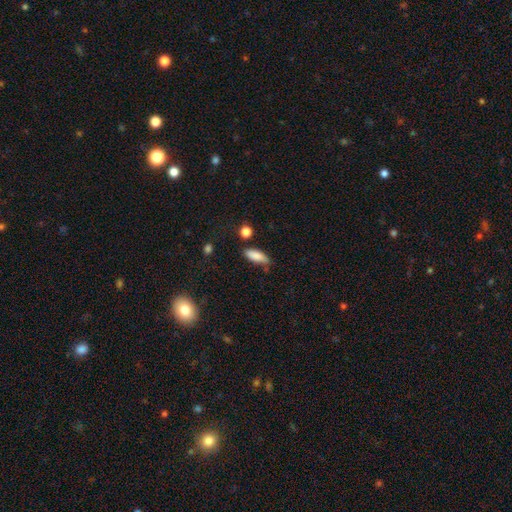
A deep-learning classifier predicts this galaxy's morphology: Smooth or featured? smooth (85%)
How rounded? in between (74%)
Merging? none (64%)